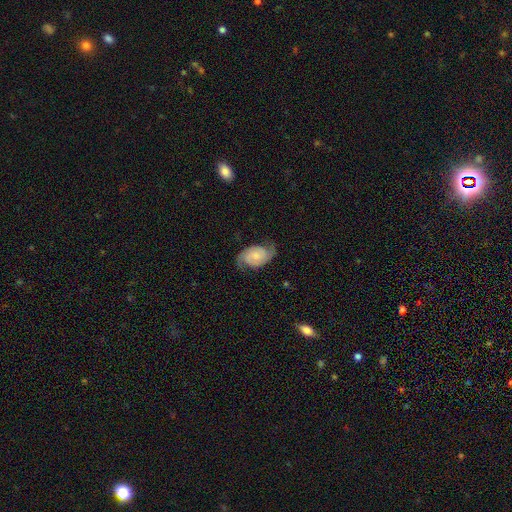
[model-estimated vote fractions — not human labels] This is likely a featured or disk galaxy (80%). It is clearly not viewed edge-on (97%). Bar: likely no (65%). Spiral arm pattern: clearly yes (97%). Spiral arm count: clearly 2 (91%). Spiral winding: marginally medium (44%). Central bulge: marginally small (44%). Merging: likely none (73%).